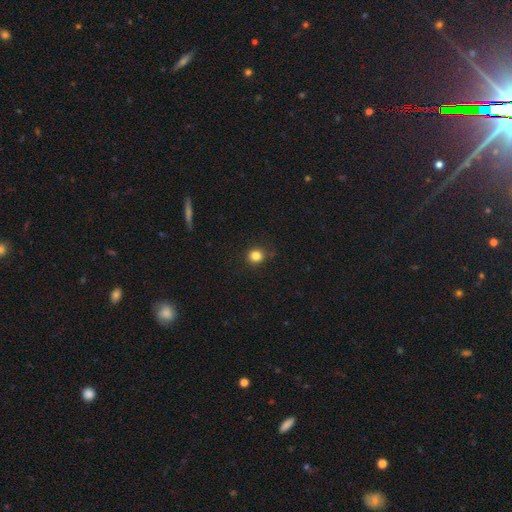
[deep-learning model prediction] smooth-or-featured: smooth: 82% | star or artifact: 13% | featured or disk: 5%
  how-rounded: round: 89% | in between: 10% | cigar-shaped: 1%
  merging: none: 86% | minor disturbance: 10% | major disturbance: 2% | merger: 1%